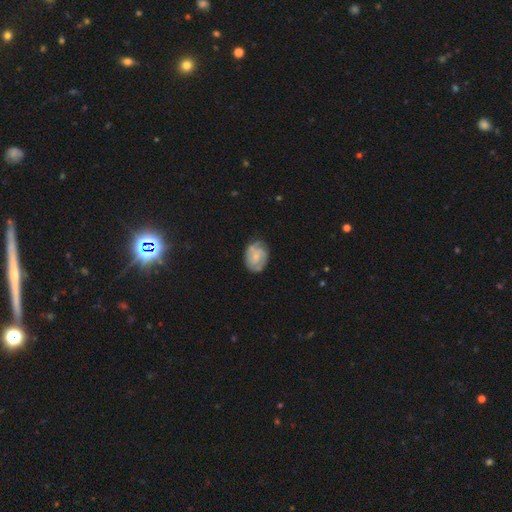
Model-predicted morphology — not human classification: featured or disk 55%, smooth 38%, star or artifact 7%. Down the decision tree: edge-on disk — no (97%); bar — no (64%); spiral arms — yes (78%); bulge size — small (50%); merging — none (65%).